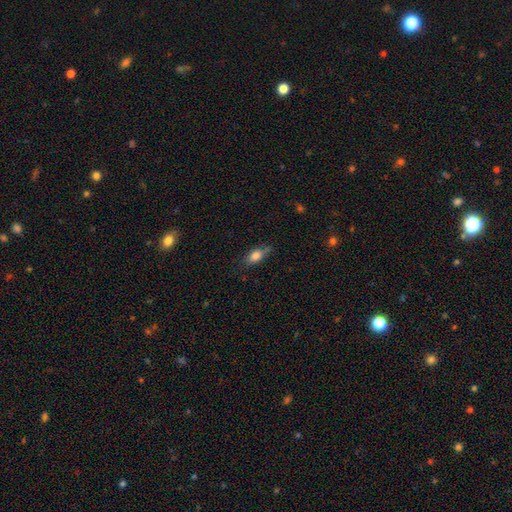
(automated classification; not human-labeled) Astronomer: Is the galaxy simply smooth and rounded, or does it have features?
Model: smooth — 81%.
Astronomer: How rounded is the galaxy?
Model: in between — 85%.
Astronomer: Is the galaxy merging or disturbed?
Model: none — 66%.